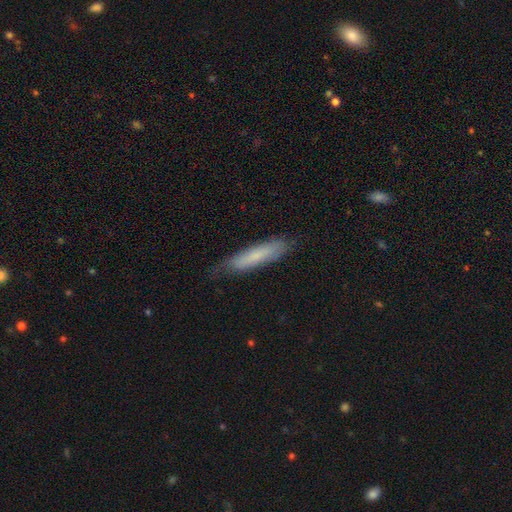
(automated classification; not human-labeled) This is likely a smooth galaxy (66%). How rounded: clearly cigar-shaped (84%). Merging: likely none (72%).